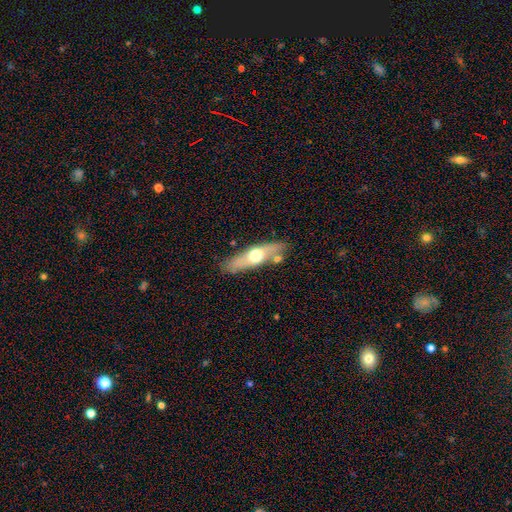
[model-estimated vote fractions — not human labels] The model was most divided on "smooth or featured": featured or disk: 48%, smooth: 46%, star or artifact: 6%. More confident: merging — none (76%).